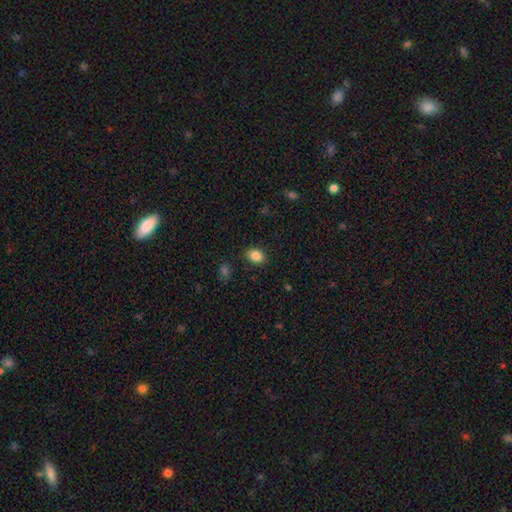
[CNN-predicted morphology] Q: Smooth or featured?
A: smooth (85%); runner-up: star or artifact (9%)
Q: How rounded?
A: in between (71%); runner-up: round (28%)
Q: Merging?
A: none (87%); runner-up: minor disturbance (9%)